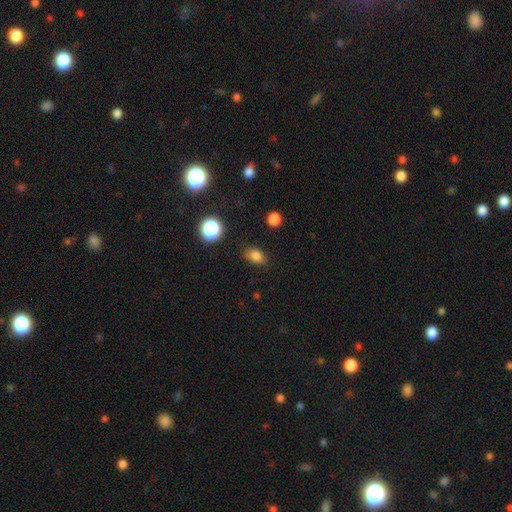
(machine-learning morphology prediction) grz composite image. It shows a smooth galaxy with no disk features (82%) that is in between round and cigar-shaped (73%). Merging: none (82%).